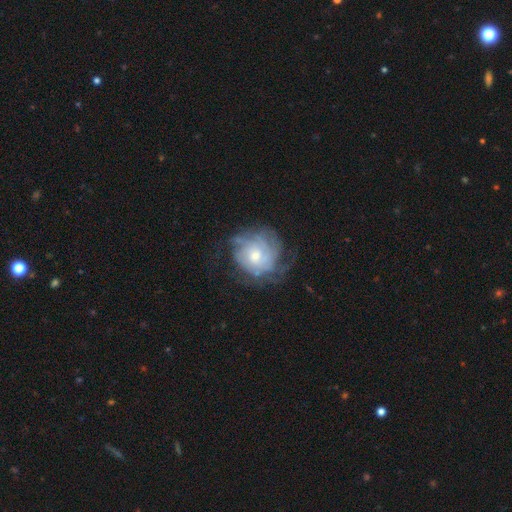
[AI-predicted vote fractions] smooth_or_featured: featured or disk (p=0.71) [alt: smooth p=0.21]
disk_edge_on: no (p=0.97) [alt: yes p=0.03]
bar: no (p=0.78) [alt: weak p=0.19]
has_spiral_arms: yes (p=0.84) [alt: no p=0.16]
spiral_winding: tight (p=0.60) [alt: medium p=0.28]
spiral_arm_count: can't tell (p=0.55) [alt: 3 p=0.12]
bulge_size: moderate (p=0.54) [alt: small p=0.37]
merging: none (p=0.58) [alt: minor disturbance p=0.23]